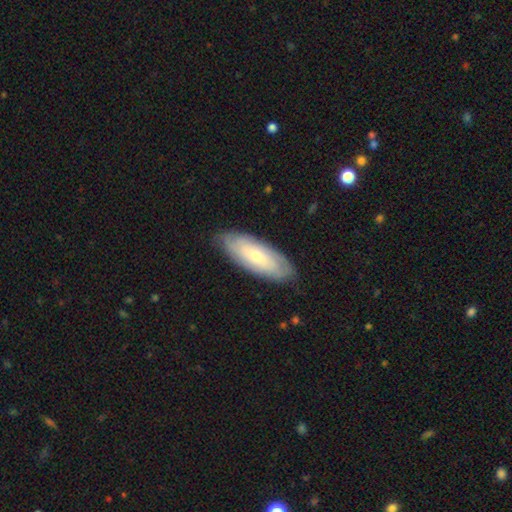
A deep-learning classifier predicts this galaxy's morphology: Overall: featured or disk (49%; smooth 45%). Merging: none (83%).